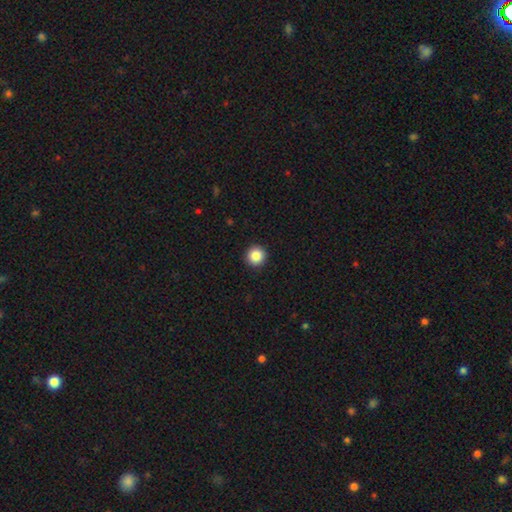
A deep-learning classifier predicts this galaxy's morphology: A smooth galaxy with no disk features (87%) that is round (96%). Merging: none (93%).